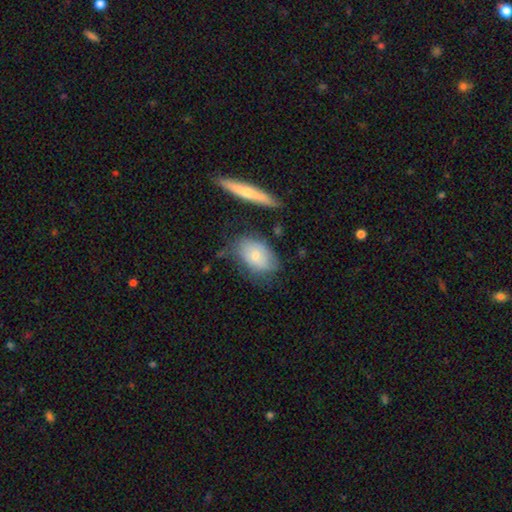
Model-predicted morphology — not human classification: The model was most divided on "merging": none: 53%, minor disturbance: 29%, major disturbance: 12%, merger: 6%. More confident: how rounded — in between (85%); smooth or featured — smooth (67%).